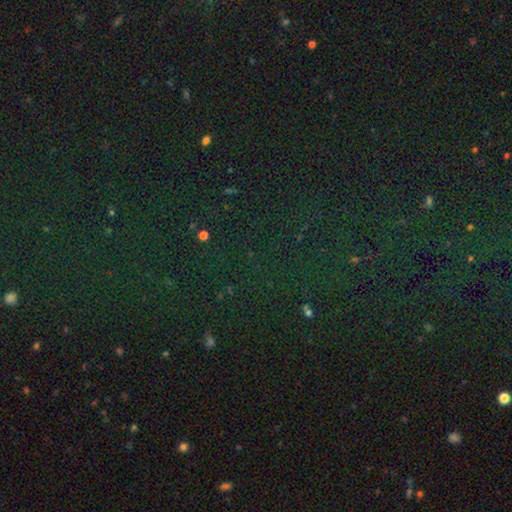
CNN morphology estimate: star or artifact 81%, smooth 11%, featured or disk 7%.